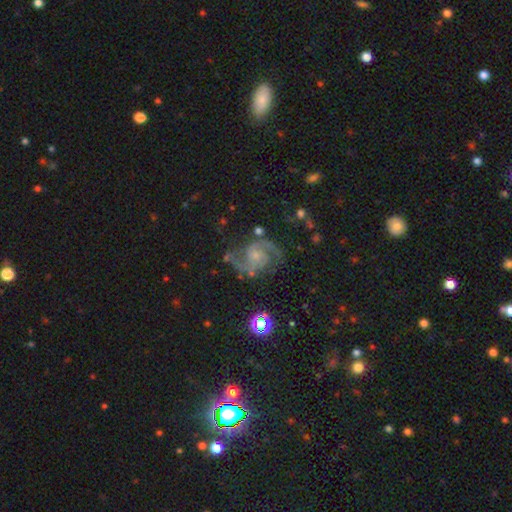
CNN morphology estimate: Smooth or featured?
  - featured or disk: 88% *
  - star or artifact: 7%
  - smooth: 5%
Edge-on disk?
  - no: 98% *
  - yes: 2%
Bar?
  - no: 58% *
  - weak: 35%
  - strong: 7%
Spiral arms?
  - yes: 98% *
  - no: 2%
Spiral winding?
  - medium: 61% *
  - loose: 23%
  - tight: 16%
Spiral arm count?
  - 2: 92% *
  - can't tell: 2%
  - 3: 2%
  - 1: 1%
  - 4: 1%
  - more than 4: 1%
Bulge size?
  - small: 54% *
  - moderate: 29%
  - none: 13%
  - large: 3%
  - dominant: 1%
Merging?
  - none: 70% *
  - minor disturbance: 18%
  - major disturbance: 10%
  - merger: 3%